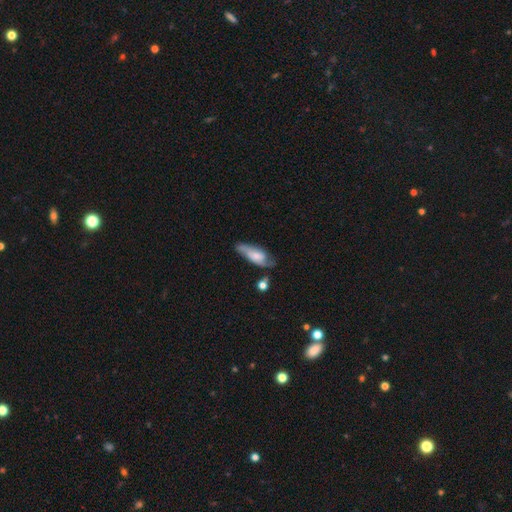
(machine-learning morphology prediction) Smooth or featured: featured or disk — 49% (smooth — 44%)
Merging: none — 55% (minor disturbance — 28%)